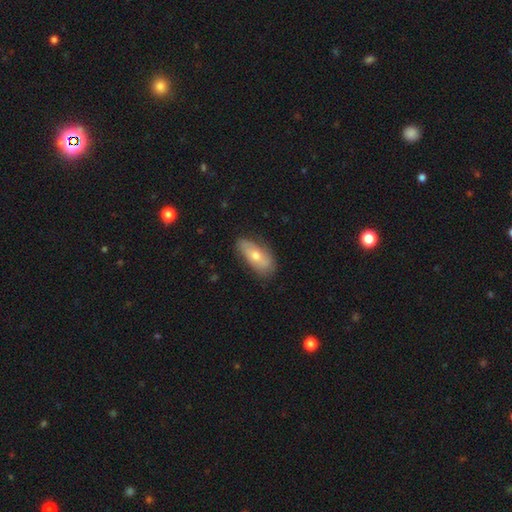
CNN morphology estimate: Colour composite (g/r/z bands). It shows a smooth galaxy with no disk features (51%) that is in between round and cigar-shaped (83%). Merging: none (73%).